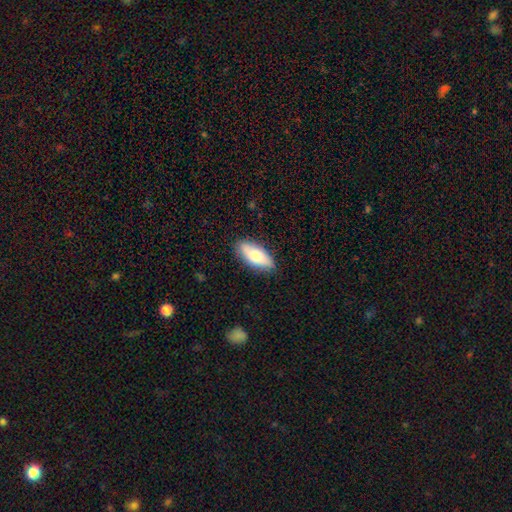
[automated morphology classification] A smooth galaxy with no disk features (75%) that is in between round and cigar-shaped (84%). Merging: none (84%).